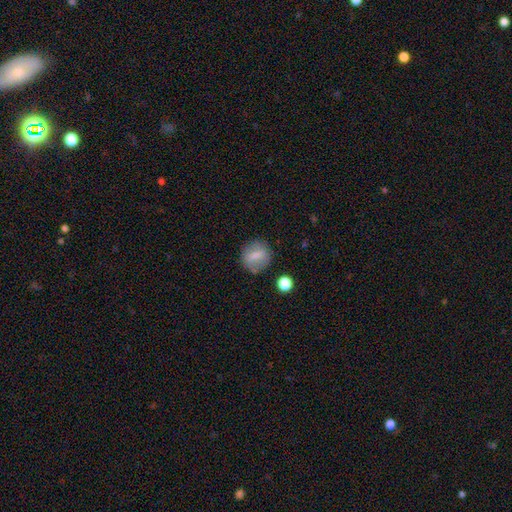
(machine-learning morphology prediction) Smooth or featured? Predicted: smooth (p=0.72). How rounded? Predicted: round (p=0.73). Merging? Predicted: none (p=0.79).